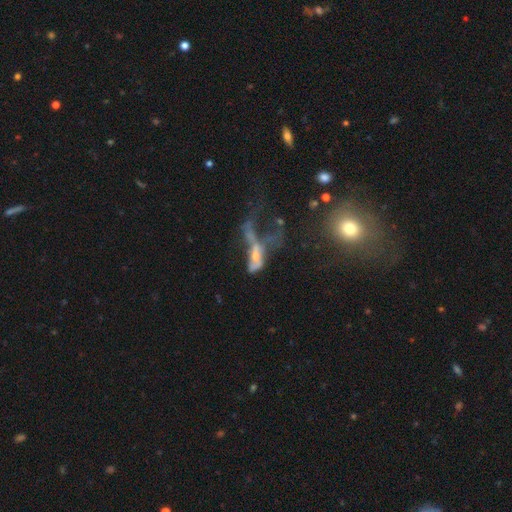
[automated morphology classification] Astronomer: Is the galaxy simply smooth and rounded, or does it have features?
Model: featured or disk — 54% (runner-up: smooth, 29%).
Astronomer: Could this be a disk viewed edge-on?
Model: no — 83%.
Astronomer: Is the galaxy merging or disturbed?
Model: major disturbance — 45% (runner-up: merger, 35%).